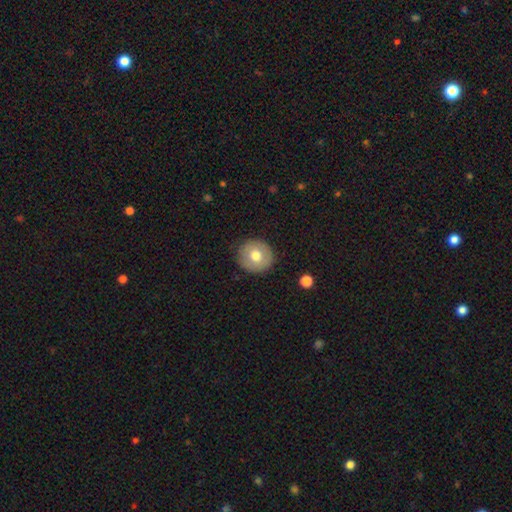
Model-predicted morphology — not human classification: type=smooth (69%); roundness=round (91%); merging=none (89%).